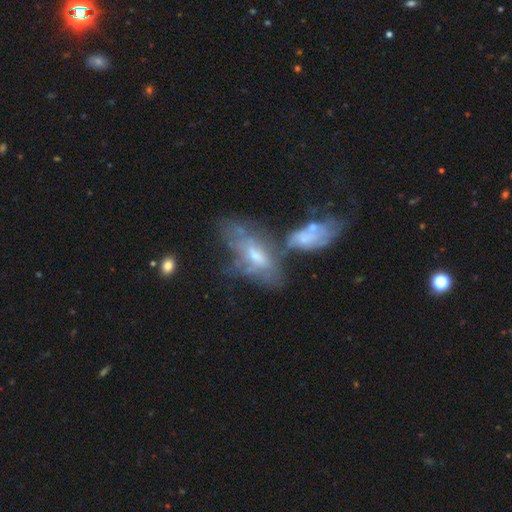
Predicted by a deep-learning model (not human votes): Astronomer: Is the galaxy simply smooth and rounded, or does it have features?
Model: featured or disk — 57% (runner-up: smooth, 34%).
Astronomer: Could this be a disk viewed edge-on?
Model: no — 82%.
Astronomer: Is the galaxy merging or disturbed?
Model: merger — 37% (runner-up: none, 25%).